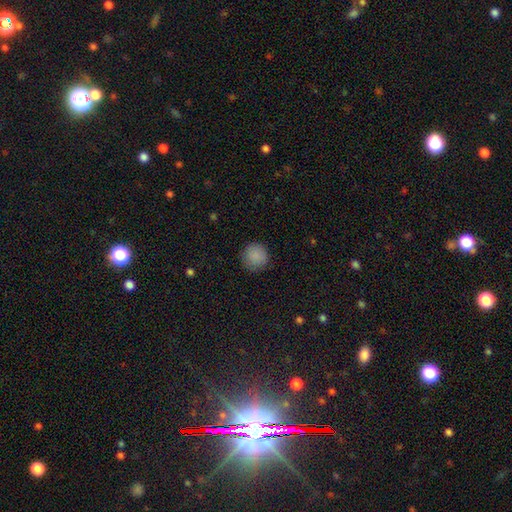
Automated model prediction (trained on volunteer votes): Smooth or featured? smooth (88%)
How rounded? round (94%)
Merging? none (88%)